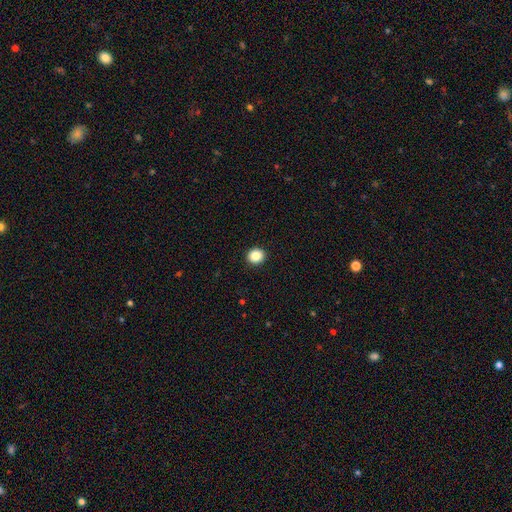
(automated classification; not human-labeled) smooth 86%, star or artifact 10%, featured or disk 5%. Down the decision tree: how rounded — round (87%); merging — none (93%).